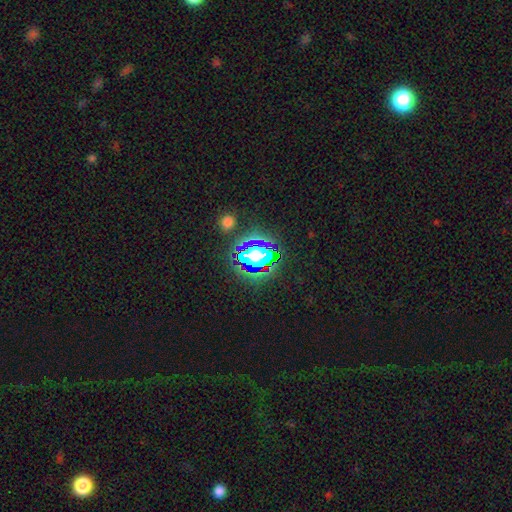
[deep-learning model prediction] Overall: star or artifact (79%).